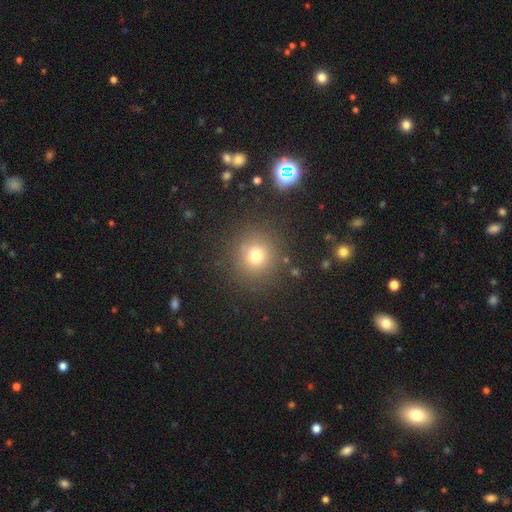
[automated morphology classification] This is likely a smooth galaxy (73%). How rounded: clearly round (91%). Merging: clearly none (86%).